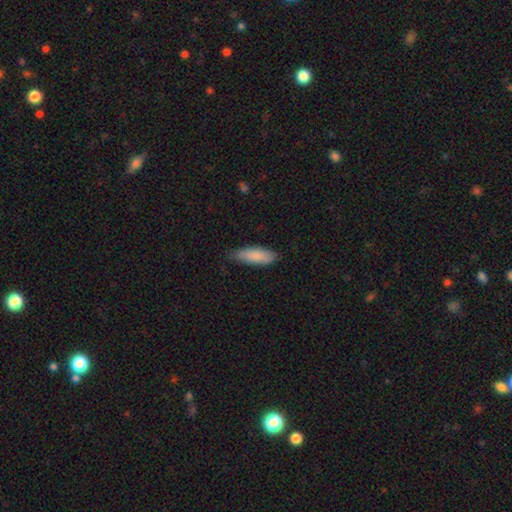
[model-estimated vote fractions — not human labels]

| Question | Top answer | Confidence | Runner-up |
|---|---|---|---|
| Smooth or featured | smooth | 85% | featured or disk (10%) |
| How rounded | in between | 59% | cigar-shaped (39%) |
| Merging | none | 70% | minor disturbance (25%) |